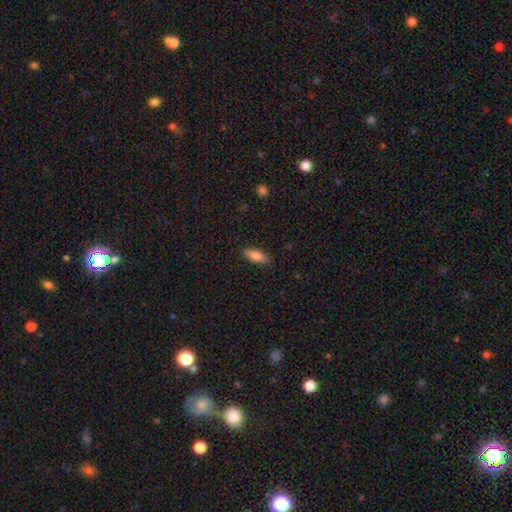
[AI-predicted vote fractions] Smooth or featured?
  - smooth: 80% *
  - featured or disk: 13%
  - star or artifact: 7%
How rounded?
  - in between: 67% *
  - cigar-shaped: 31%
  - round: 2%
Merging?
  - none: 85% *
  - minor disturbance: 11%
  - major disturbance: 2%
  - merger: 1%